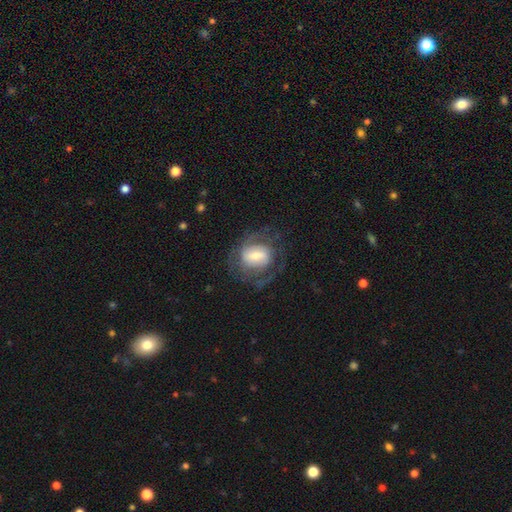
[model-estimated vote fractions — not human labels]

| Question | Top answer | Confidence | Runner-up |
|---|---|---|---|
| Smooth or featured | featured or disk | 66% | smooth (27%) |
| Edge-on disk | no | 97% | yes (3%) |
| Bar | weak | 45% | no (32%) |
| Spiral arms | yes | 81% | no (19%) |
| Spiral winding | medium | 42% | tight (40%) |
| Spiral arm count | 2 | 46% | can't tell (31%) |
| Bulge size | moderate | 35% | small (33%) |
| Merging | none | 59% | major disturbance (21%) |